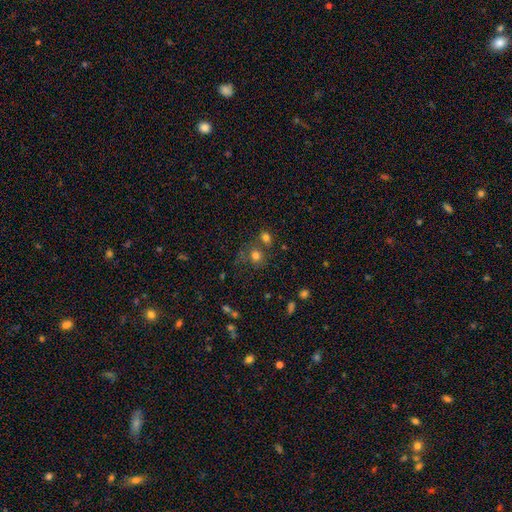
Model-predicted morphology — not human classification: Overall: smooth (73%). How rounded: round (82%). Merging: none (60%; merger 22%).